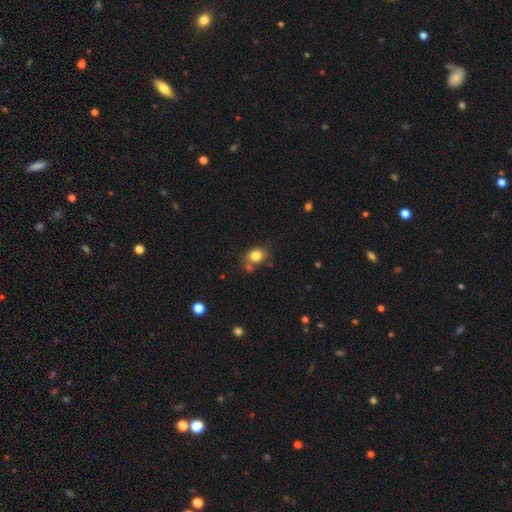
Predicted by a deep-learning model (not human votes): Smooth or featured?
  - smooth: 82% *
  - star or artifact: 10%
  - featured or disk: 8%
How rounded?
  - round: 54% *
  - in between: 45%
  - cigar-shaped: 1%
Merging?
  - none: 65% *
  - minor disturbance: 17%
  - merger: 14%
  - major disturbance: 5%